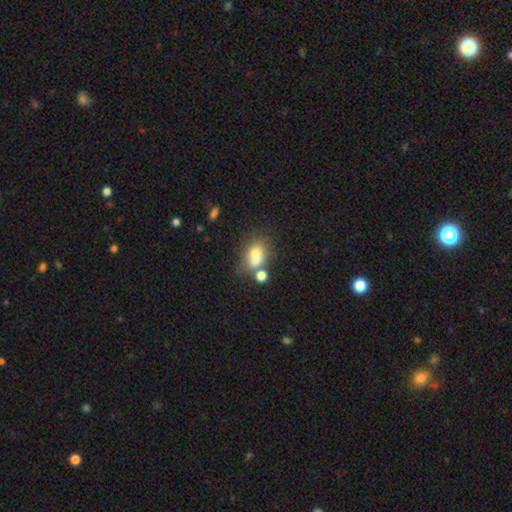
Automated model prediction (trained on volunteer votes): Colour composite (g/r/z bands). It shows a smooth galaxy with no disk features (72%) that is in between round and cigar-shaped (67%). Merging: none (37%).